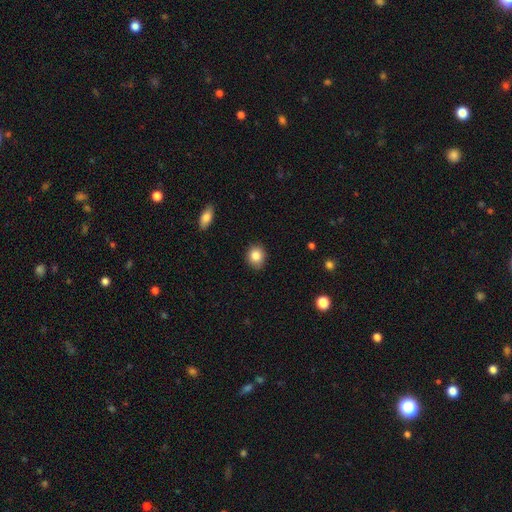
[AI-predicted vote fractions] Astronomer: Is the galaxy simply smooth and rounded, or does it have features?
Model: smooth — 85%.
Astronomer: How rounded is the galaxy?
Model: round — 67%.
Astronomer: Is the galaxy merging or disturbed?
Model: none — 87%.